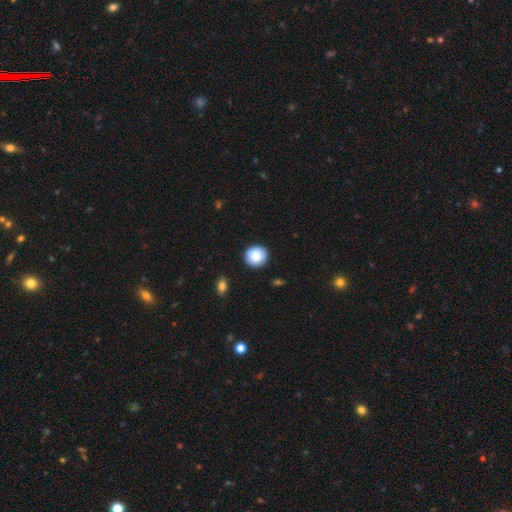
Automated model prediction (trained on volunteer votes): This appears to be a smooth galaxy with no disk features (84%) that is round (91%). Merging: none (88%).